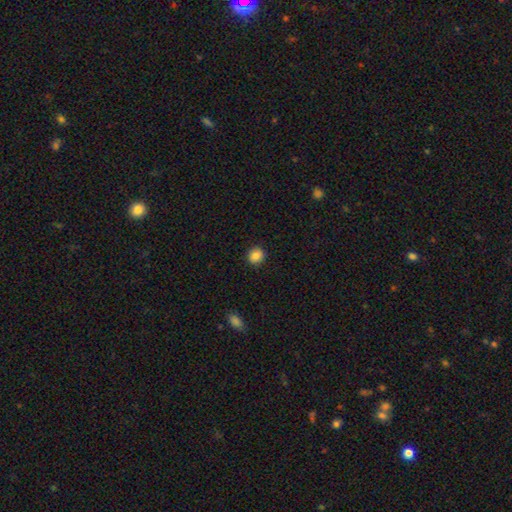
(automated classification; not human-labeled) A smooth galaxy with no disk features (85%) that is round (83%). Merging: none (90%).